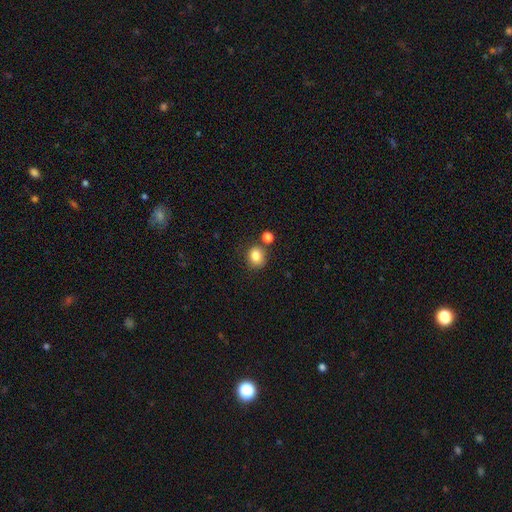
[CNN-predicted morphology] smooth_or_featured: smooth (p=0.83) [alt: star or artifact p=0.11]
how_rounded: round (p=0.70) [alt: in between p=0.29]
merging: none (p=0.73) [alt: merger p=0.12]